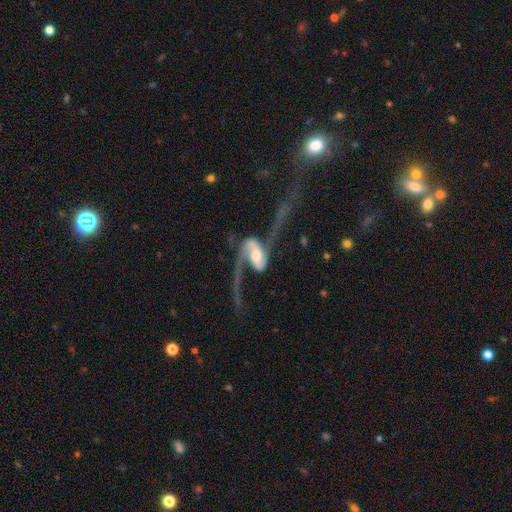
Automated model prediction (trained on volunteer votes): Q: Smooth or featured?
A: featured or disk (90%); runner-up: smooth (6%)
Q: Edge-on disk?
A: no (95%); runner-up: yes (5%)
Q: Bar?
A: weak (41%); runner-up: strong (37%)
Q: Spiral arms?
A: yes (96%); runner-up: no (4%)
Q: Spiral winding?
A: loose (86%); runner-up: medium (10%)
Q: Spiral arm count?
A: 2 (92%); runner-up: 1 (4%)
Q: Bulge size?
A: moderate (53%); runner-up: large (21%)
Q: Merging?
A: none (44%); runner-up: major disturbance (36%)